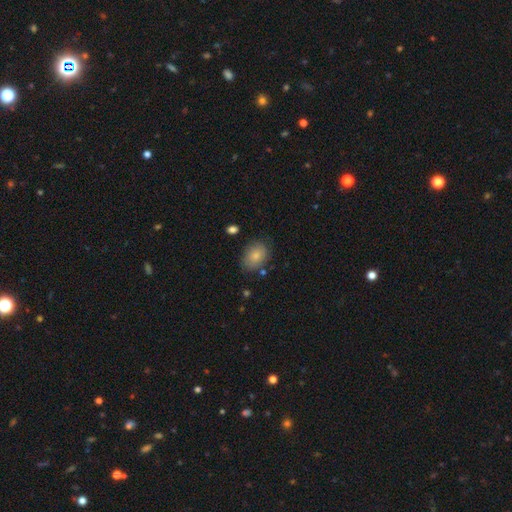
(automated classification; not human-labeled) This is clearly a smooth galaxy (81%). How rounded: likely in between (74%). Merging: likely none (77%).